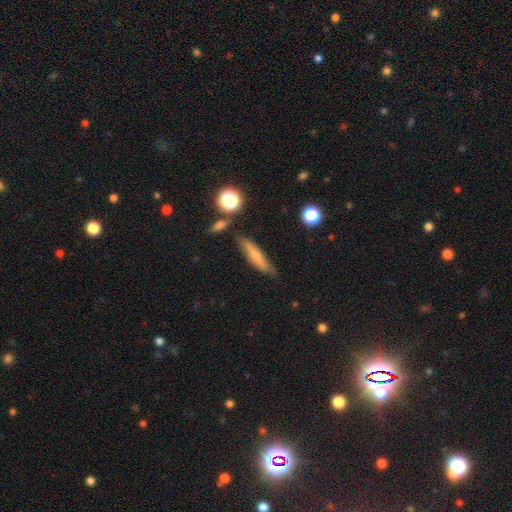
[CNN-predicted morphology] Smooth or featured?
  - smooth: 53% *
  - featured or disk: 37%
  - star or artifact: 9%
How rounded?
  - cigar-shaped: 79% *
  - in between: 18%
  - round: 3%
Merging?
  - none: 75% *
  - minor disturbance: 16%
  - merger: 5%
  - major disturbance: 4%